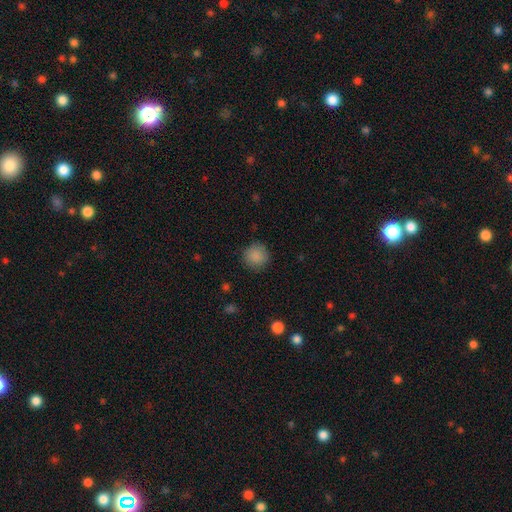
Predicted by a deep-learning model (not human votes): Smooth or featured: smooth — 87% (star or artifact — 9%)
How rounded: round — 92% (in between — 7%)
Merging: none — 87% (minor disturbance — 9%)